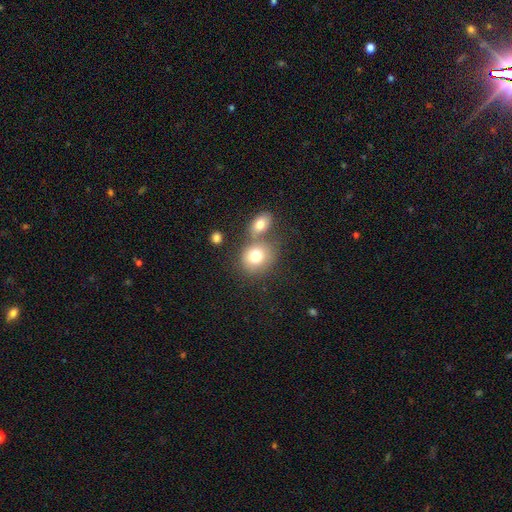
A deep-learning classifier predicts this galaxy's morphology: Smooth or featured? smooth (77%)
How rounded? round (62%)
Merging? none (48%)